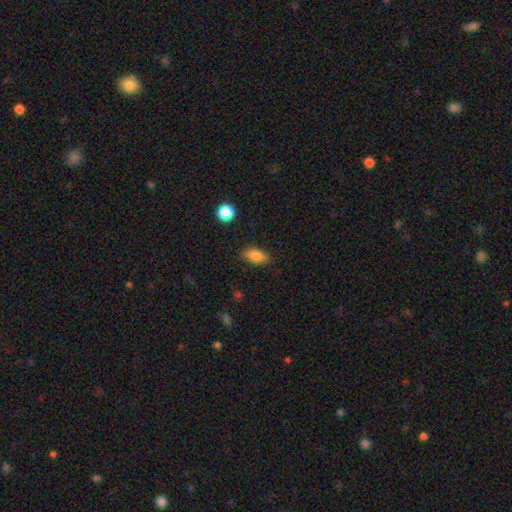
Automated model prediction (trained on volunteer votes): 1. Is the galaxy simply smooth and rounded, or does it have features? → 82% smooth, 9% featured or disk, 9% star or artifact.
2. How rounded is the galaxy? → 85% in between, 9% cigar-shaped, 6% round.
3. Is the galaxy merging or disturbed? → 84% none, 12% minor disturbance, 3% major disturbance, 1% merger.